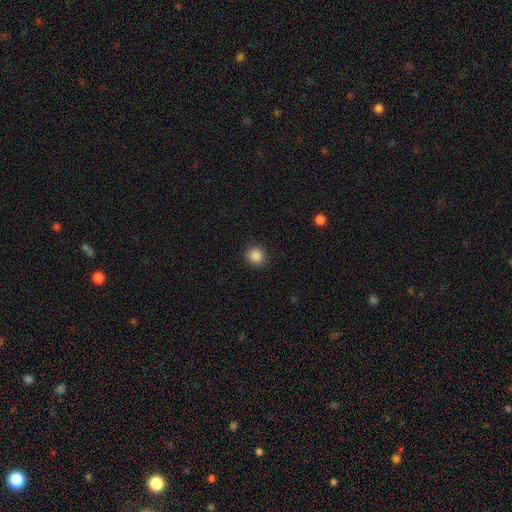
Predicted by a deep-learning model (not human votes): A smooth galaxy with no disk features (87%) that is round (90%). Merging: none (90%).